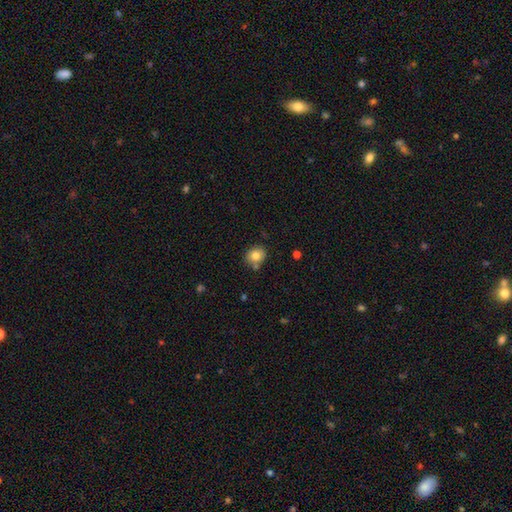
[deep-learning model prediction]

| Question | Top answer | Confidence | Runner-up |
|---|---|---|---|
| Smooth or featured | smooth | 80% | featured or disk (10%) |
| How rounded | round | 68% | in between (31%) |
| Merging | none | 74% | minor disturbance (13%) |